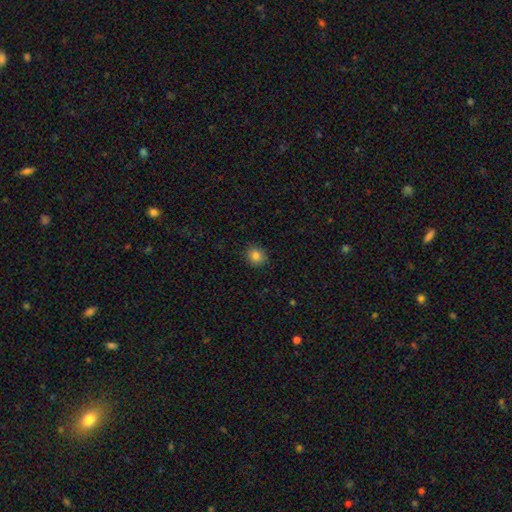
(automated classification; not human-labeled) smooth-or-featured: smooth: 82% | star or artifact: 12% | featured or disk: 6%
  how-rounded: round: 82% | in between: 17% | cigar-shaped: 1%
  merging: none: 90% | minor disturbance: 7% | major disturbance: 2% | merger: 1%